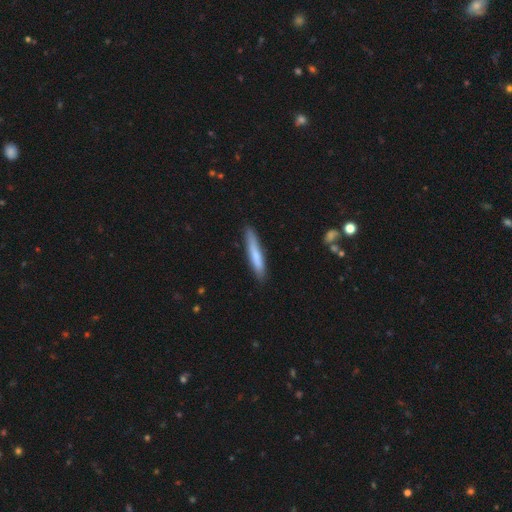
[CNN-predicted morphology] A smooth galaxy with no disk features (72%) that is cigar-shaped (92%).

Vote fractions:
- Smooth or featured? smooth: 72% / featured or disk: 23% / star or artifact: 5%
- How rounded? cigar-shaped: 92% / in between: 7% / round: 1%
- Merging? none: 84% / minor disturbance: 12% / major disturbance: 2% / merger: 1%